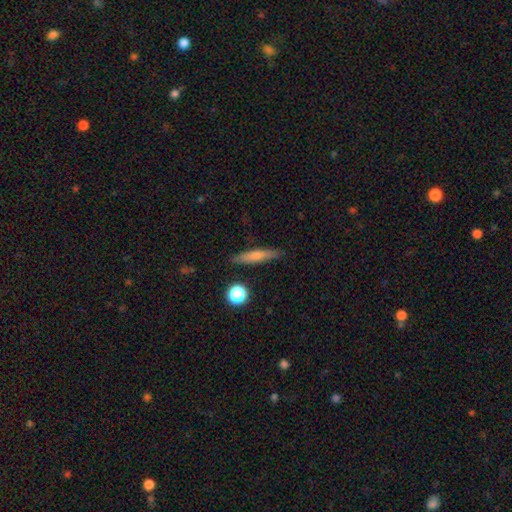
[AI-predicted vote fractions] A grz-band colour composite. It shows a smooth galaxy with no disk features (63%) that is cigar-shaped (87%). Merging: none (87%).